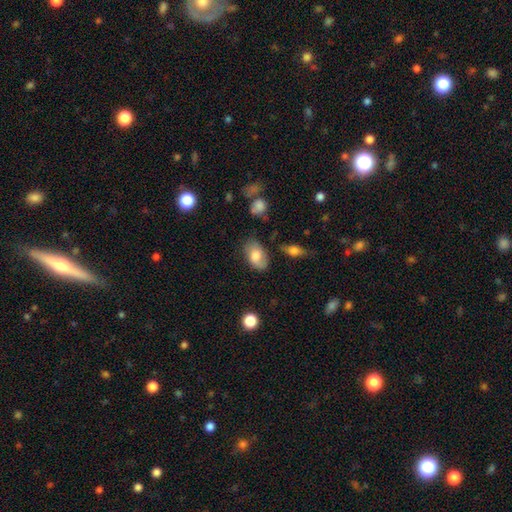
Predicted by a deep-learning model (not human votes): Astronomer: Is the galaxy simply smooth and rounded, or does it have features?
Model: smooth — 72%.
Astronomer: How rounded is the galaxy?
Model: in between — 90%.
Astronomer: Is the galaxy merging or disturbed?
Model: none — 61%.